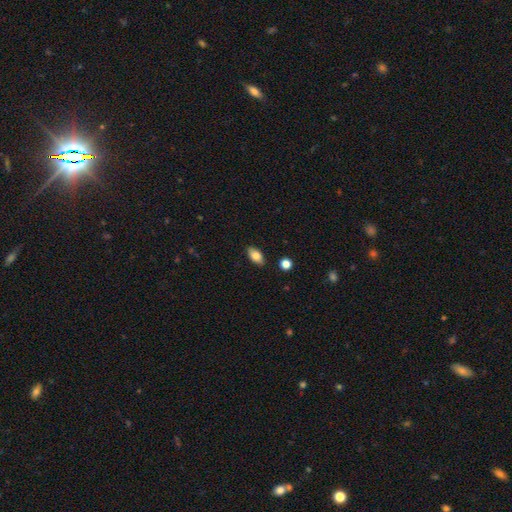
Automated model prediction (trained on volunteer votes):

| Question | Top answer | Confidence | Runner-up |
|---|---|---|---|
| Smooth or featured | smooth | 82% | featured or disk (11%) |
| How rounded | in between | 91% | round (5%) |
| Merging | none | 87% | minor disturbance (9%) |